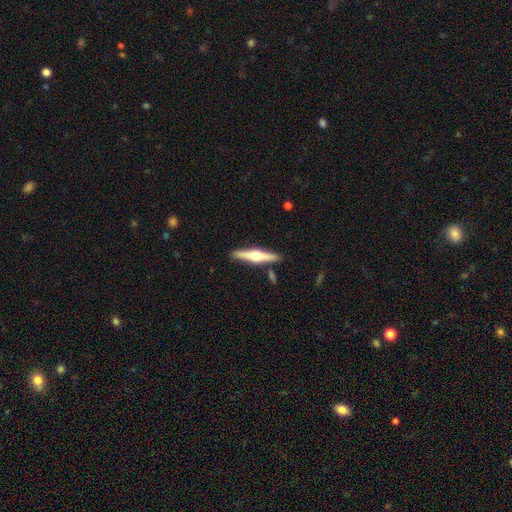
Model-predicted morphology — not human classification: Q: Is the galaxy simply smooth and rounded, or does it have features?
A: featured or disk — 72%.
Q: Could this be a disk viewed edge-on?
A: yes — 98%.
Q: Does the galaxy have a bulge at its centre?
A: rounded — 94%.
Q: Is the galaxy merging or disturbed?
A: none — 87%.